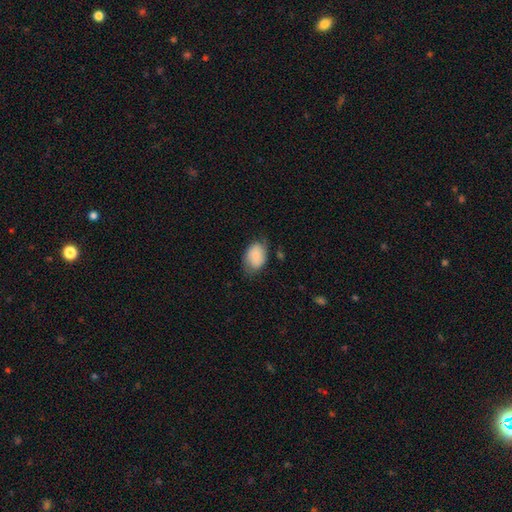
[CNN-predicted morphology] This is likely a smooth galaxy (79%). How rounded: clearly in between (84%). Merging: likely none (63%).